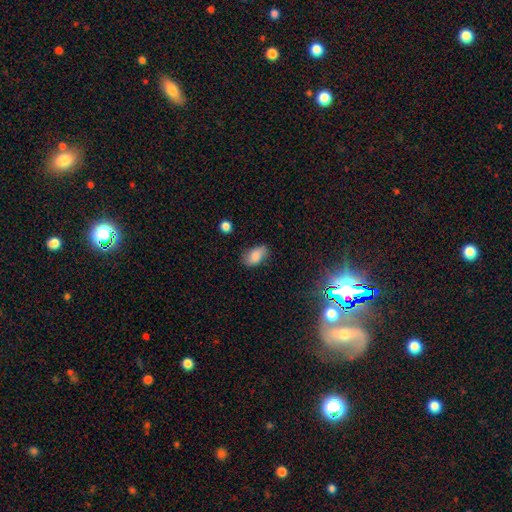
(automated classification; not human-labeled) This appears to be a smooth galaxy with no disk features (82%) that is in between round and cigar-shaped (90%). Merging: none (64%).